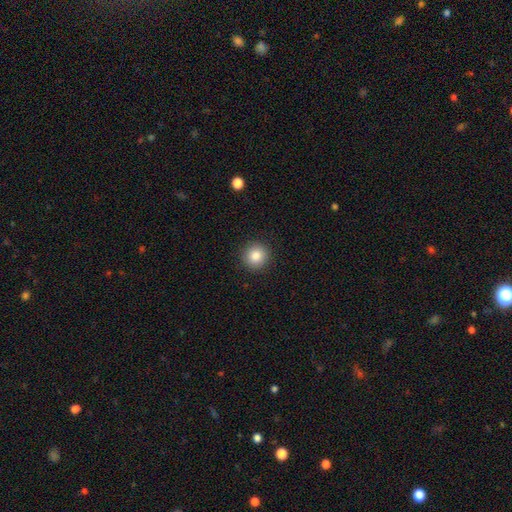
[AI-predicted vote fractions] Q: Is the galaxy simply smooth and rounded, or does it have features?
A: smooth — 85%.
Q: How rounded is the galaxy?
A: round — 93%.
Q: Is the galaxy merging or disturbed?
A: none — 92%.